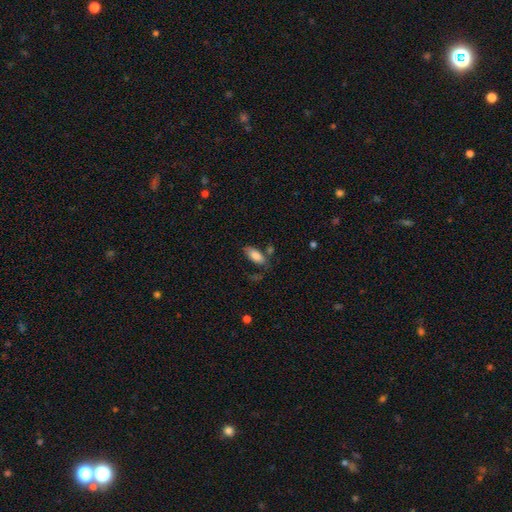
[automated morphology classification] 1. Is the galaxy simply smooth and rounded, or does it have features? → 83% smooth, 10% featured or disk, 7% star or artifact.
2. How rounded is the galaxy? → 86% in between, 11% cigar-shaped, 2% round.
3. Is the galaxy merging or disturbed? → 63% none, 20% minor disturbance, 10% merger, 8% major disturbance.